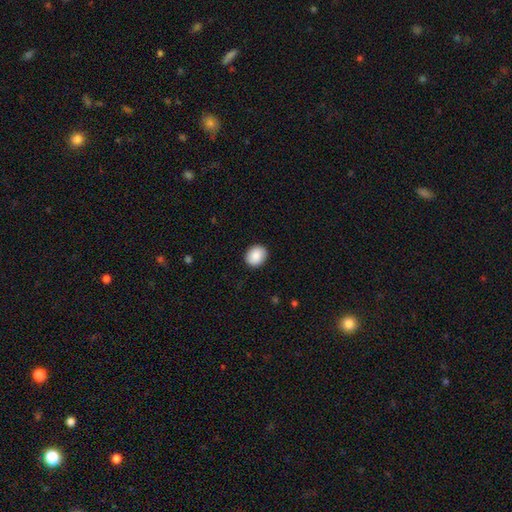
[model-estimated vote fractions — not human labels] Smooth or featured?
  - smooth: 88% *
  - star or artifact: 7%
  - featured or disk: 5%
How rounded?
  - round: 59% *
  - in between: 40%
  - cigar-shaped: 1%
Merging?
  - none: 90% *
  - minor disturbance: 7%
  - major disturbance: 2%
  - merger: 1%